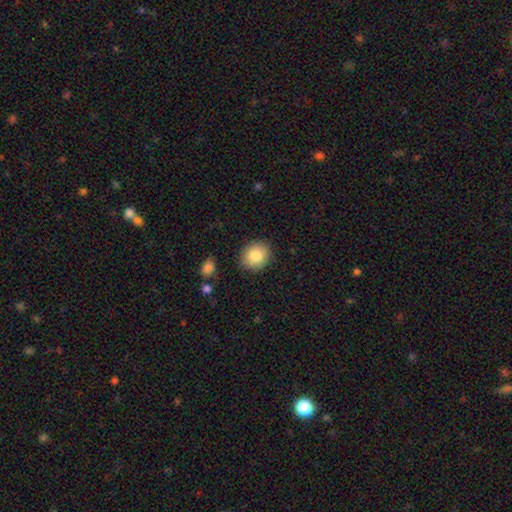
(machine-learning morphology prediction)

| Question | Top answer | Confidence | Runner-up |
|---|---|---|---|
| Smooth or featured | smooth | 82% | featured or disk (9%) |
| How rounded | round | 71% | in between (28%) |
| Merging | none | 87% | minor disturbance (9%) |